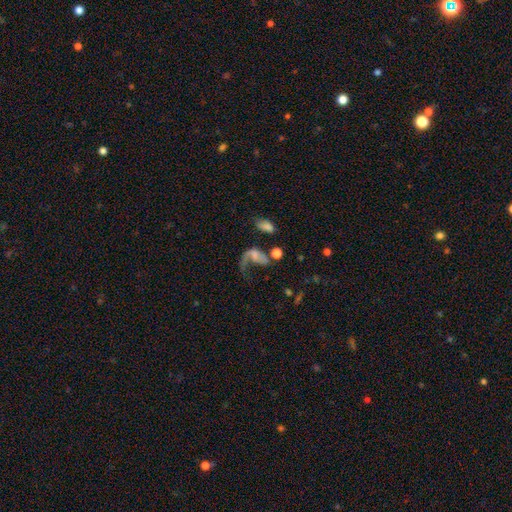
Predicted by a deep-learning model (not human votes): A featured or disk galaxy (54%) with no bar (71%), spiral arms (67%) and no central bulge (41%).

Vote fractions:
- Smooth or featured? featured or disk: 54% / smooth: 33% / star or artifact: 12%
- Edge-on disk? no: 96% / yes: 4%
- Bar? no: 71% / weak: 22% / strong: 7%
- Spiral arms? yes: 67% / no: 33%
- Bulge size? none: 41% / small: 32% / moderate: 19% / large: 6% / dominant: 3%
- Merging? major disturbance: 51% / none: 22% / merger: 15% / minor disturbance: 12%